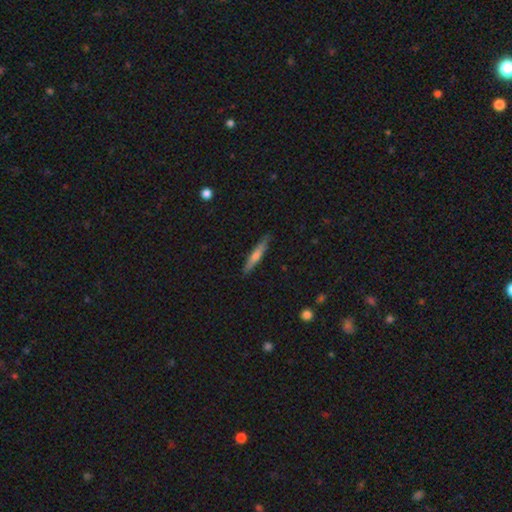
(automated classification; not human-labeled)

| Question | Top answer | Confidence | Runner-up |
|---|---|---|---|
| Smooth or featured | smooth | 49% | featured or disk (45%) |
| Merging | none | 90% | minor disturbance (8%) |